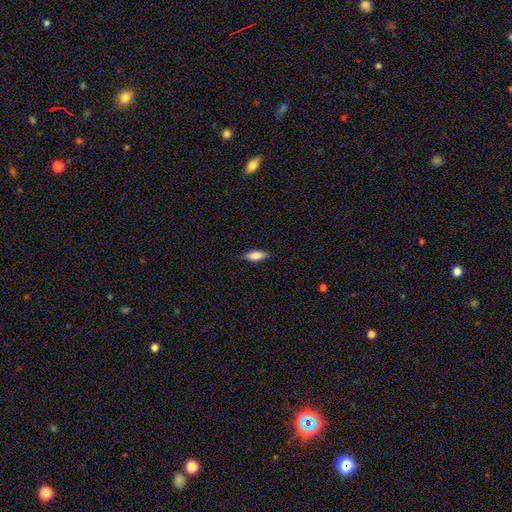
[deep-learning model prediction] Smooth or featured? Predicted: smooth (p=0.84). How rounded? Predicted: in between (p=0.72). Merging? Predicted: none (p=0.86).